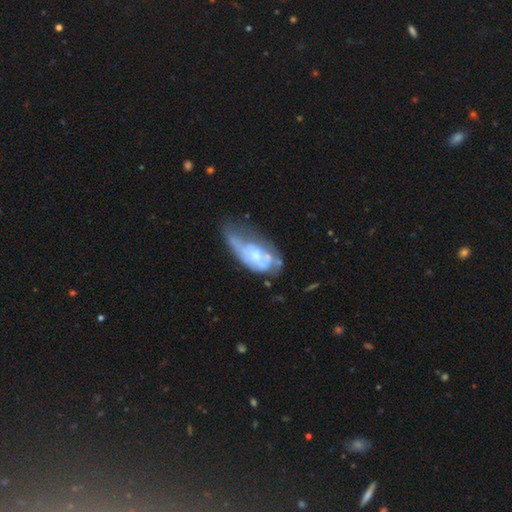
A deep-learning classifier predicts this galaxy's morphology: Smooth or featured? Predicted: featured or disk (p=0.58). Edge-on disk? Predicted: no (p=0.93). Bar? Predicted: no (p=0.80). Spiral arms? Predicted: no (p=0.56). Bulge size? Predicted: small (p=0.38). Merging? Predicted: major disturbance (p=0.39).